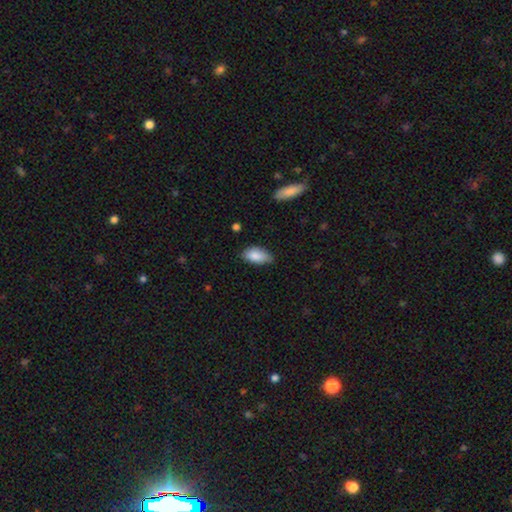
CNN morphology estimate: Overall: smooth (87%). How rounded: in between (93%). Merging: none (69%).